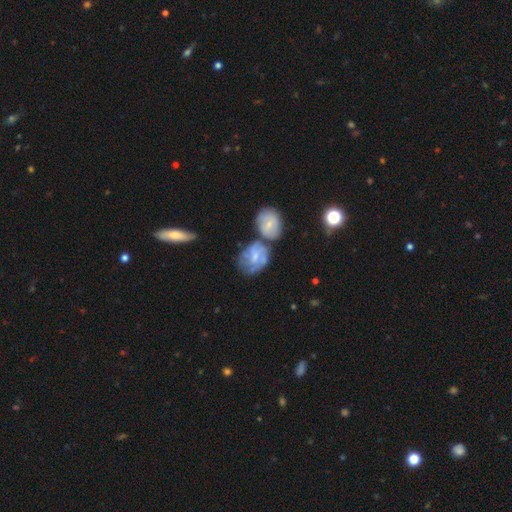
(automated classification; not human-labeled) smooth-or-featured: featured or disk: 59% | smooth: 34% | star or artifact: 8%
  disk-edge-on: no: 97% | yes: 3%
    bar: no: 55% | weak: 38% | strong: 7%
    has-spiral-arms: yes: 70% | no: 30%
    bulge-size: small: 63% | moderate: 24% | none: 10% | large: 2% | dominant: 1%
  merging: merger: 39% | none: 34% | minor disturbance: 16% | major disturbance: 11%